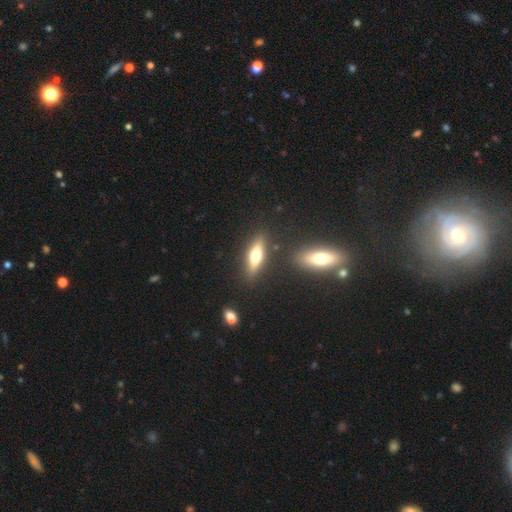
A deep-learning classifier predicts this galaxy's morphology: Smooth or featured?
  - smooth: 50% *
  - featured or disk: 43%
  - star or artifact: 7%
Merging?
  - none: 82% *
  - minor disturbance: 9%
  - merger: 6%
  - major disturbance: 3%